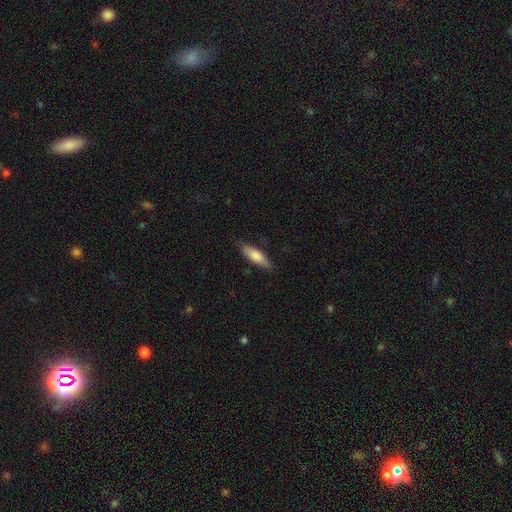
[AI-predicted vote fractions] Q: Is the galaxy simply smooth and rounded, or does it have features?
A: smooth — 76%.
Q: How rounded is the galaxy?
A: in between — 49%, tied with cigar-shaped.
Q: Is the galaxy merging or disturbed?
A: none — 80%.